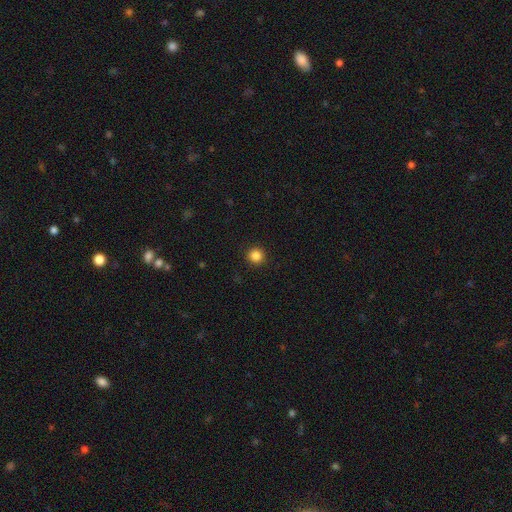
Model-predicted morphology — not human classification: Smooth or featured? Predicted: smooth (p=0.85). How rounded? Predicted: round (p=0.95). Merging? Predicted: none (p=0.93).